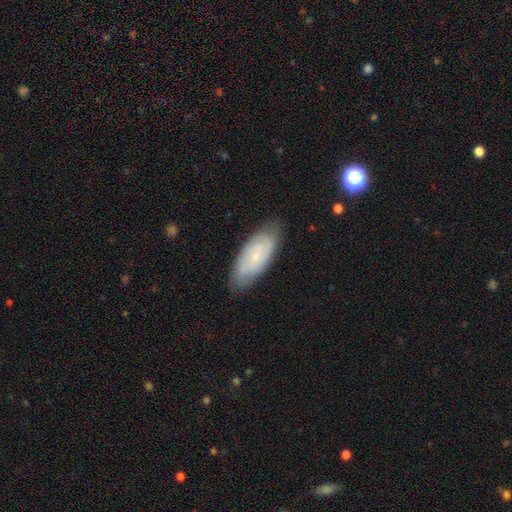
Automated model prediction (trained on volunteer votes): Smooth or featured? featured or disk (48%)
Merging? none (80%)